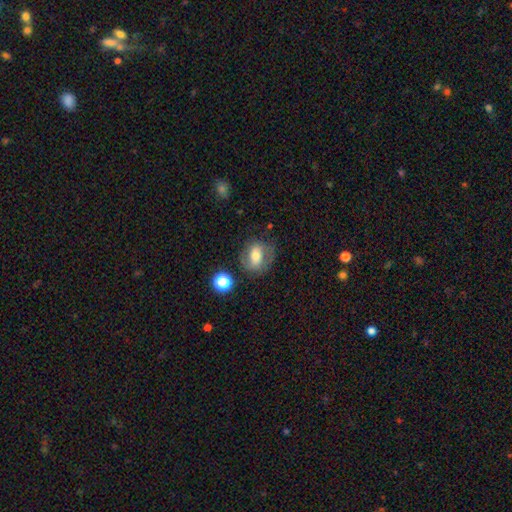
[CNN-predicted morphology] A smooth galaxy with no disk features (53%) that is in between round and cigar-shaped (50%).

Vote fractions:
- Smooth or featured? smooth: 53% / featured or disk: 36% / star or artifact: 11%
- How rounded? in between: 50% / round: 49% / cigar-shaped: 2%
- Merging? none: 66% / minor disturbance: 20% / major disturbance: 11% / merger: 3%